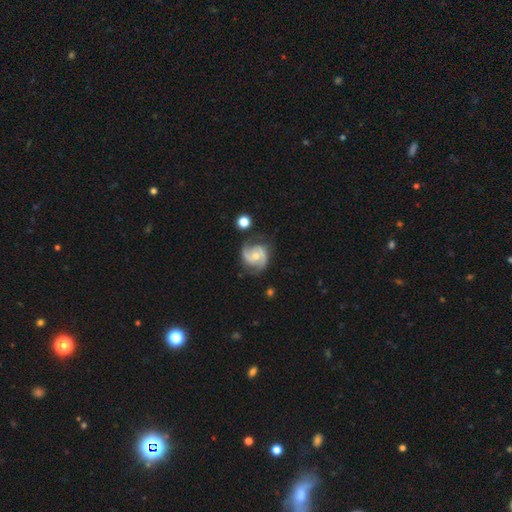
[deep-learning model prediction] This appears to be a featured or disk galaxy (87%) with no bar (59%), 2 (83%) medium (54%) spiral arms (97%) and a moderate central bulge (51%). Merging: none (72%).